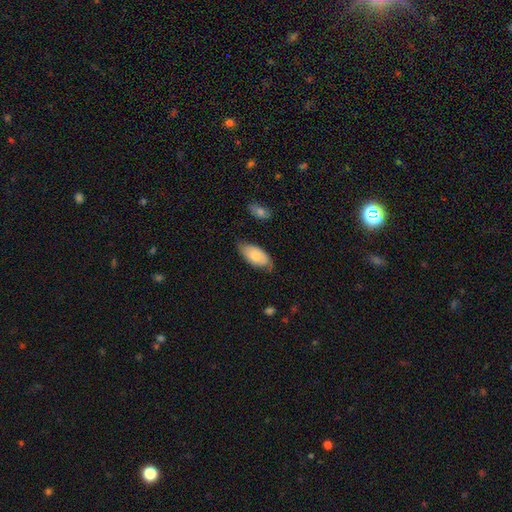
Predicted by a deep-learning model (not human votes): Q: Smooth or featured?
A: smooth (66%); runner-up: featured or disk (28%)
Q: How rounded?
A: in between (93%); runner-up: cigar-shaped (4%)
Q: Merging?
A: none (62%); runner-up: minor disturbance (30%)